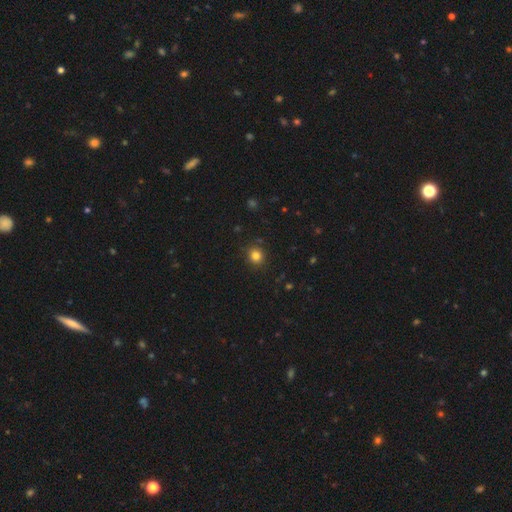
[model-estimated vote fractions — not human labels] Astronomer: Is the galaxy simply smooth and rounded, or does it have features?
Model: smooth — 81%.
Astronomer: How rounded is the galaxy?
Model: round — 89%.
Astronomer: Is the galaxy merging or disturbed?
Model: none — 89%.